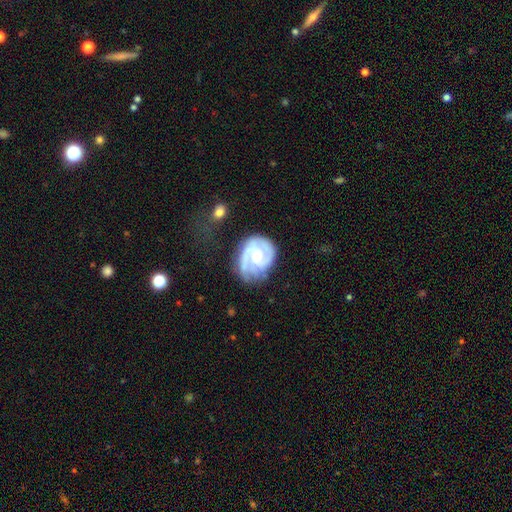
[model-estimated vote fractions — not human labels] smooth-or-featured: featured or disk: 81% | smooth: 14% | star or artifact: 5%
  disk-edge-on: no: 98% | yes: 2%
    bar: no: 61% | weak: 33% | strong: 6%
    has-spiral-arms: yes: 94% | no: 6%
      spiral-winding: tight: 56% | medium: 35% | loose: 10%
      spiral-arm-count: 2: 52% | can't tell: 18% | 3: 14% | 1: 11% | 4: 3% | more than 4: 3%
    bulge-size: moderate: 41% | small: 39% | none: 10% | large: 9% | dominant: 2%
  merging: none: 60% | minor disturbance: 24% | major disturbance: 13% | merger: 3%